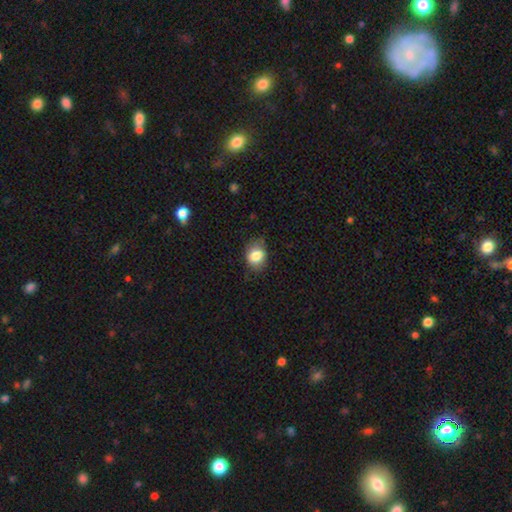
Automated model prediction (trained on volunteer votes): Overall: smooth (84%). How rounded: in between (57%; round 42%). Merging: none (71%).